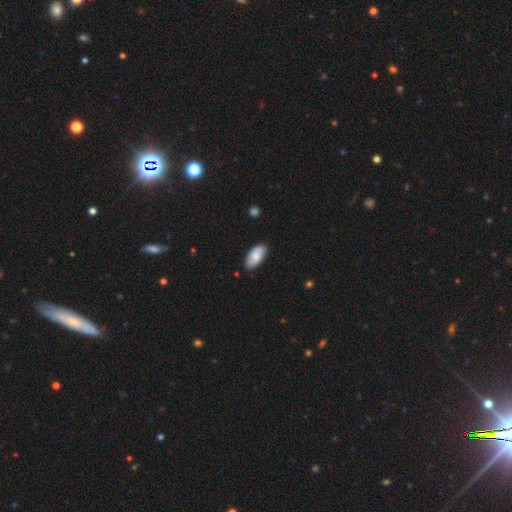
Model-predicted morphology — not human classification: This is likely a smooth galaxy (72%). How rounded: clearly in between (94%). Merging: clearly none (85%).